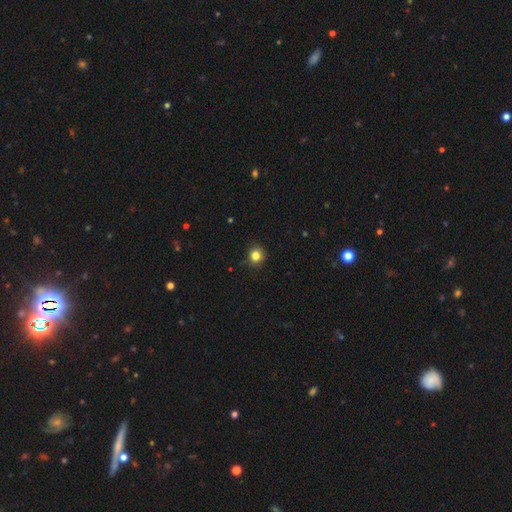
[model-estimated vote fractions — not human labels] A smooth galaxy with no disk features (81%) that is round (90%).

Vote fractions:
- Smooth or featured? smooth: 81% / star or artifact: 13% / featured or disk: 5%
- How rounded? round: 90% / in between: 9% / cigar-shaped: 1%
- Merging? none: 85% / minor disturbance: 12% / major disturbance: 2% / merger: 1%